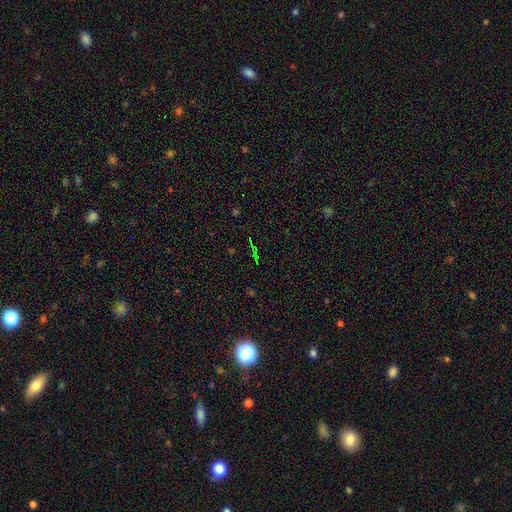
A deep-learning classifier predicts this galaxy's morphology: Smooth or featured?
  - star or artifact: 71% *
  - smooth: 18%
  - featured or disk: 10%